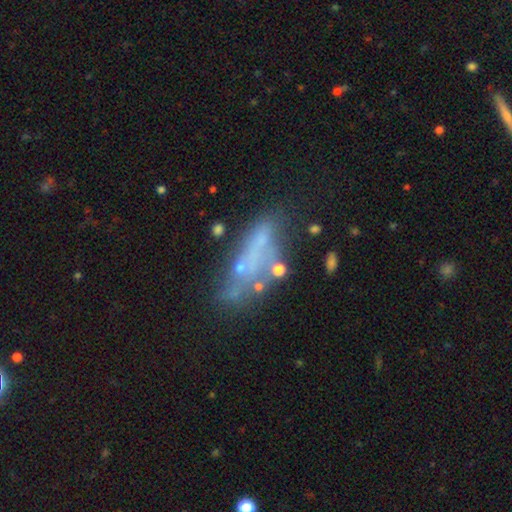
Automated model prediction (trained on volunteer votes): This appears to be a featured or disk galaxy (46%). Merging: none (44%).